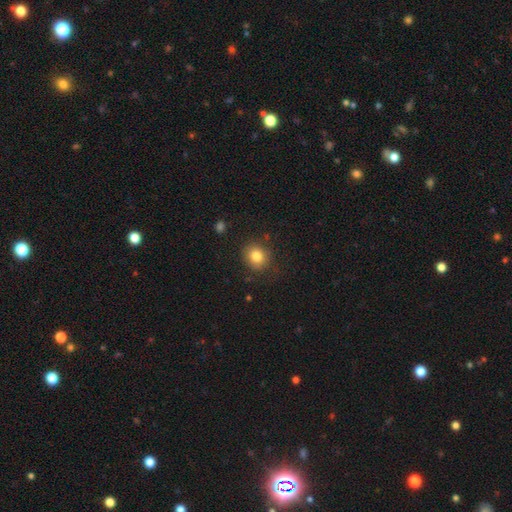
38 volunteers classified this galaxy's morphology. Volunteers were most divided on "how rounded": round: 66%, in between: 34%, cigar-shaped: 0%. More confident: smooth or featured — smooth (92%); merging — none (83%).